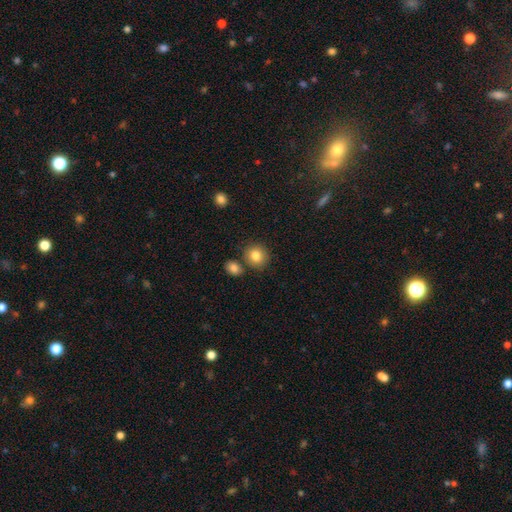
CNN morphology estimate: A smooth galaxy with no disk features (83%) that is round (81%). Merging: none (77%).